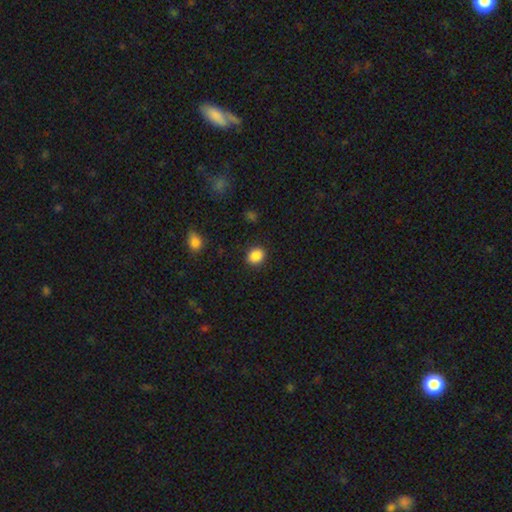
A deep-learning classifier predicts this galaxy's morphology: Q: Smooth or featured?
A: smooth (87%); runner-up: star or artifact (9%)
Q: How rounded?
A: round (70%); runner-up: in between (29%)
Q: Merging?
A: none (89%); runner-up: minor disturbance (7%)